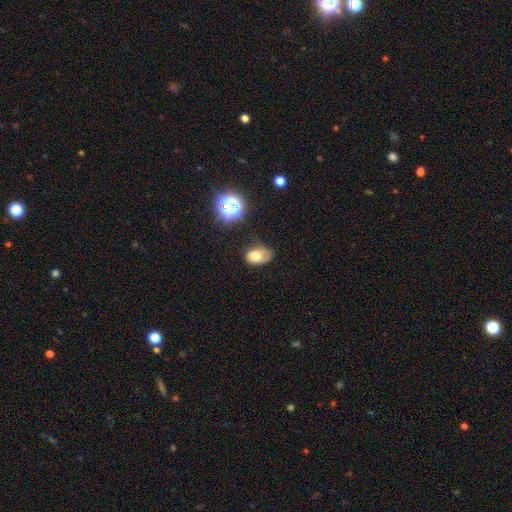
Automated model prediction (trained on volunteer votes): The model was most divided on "merging": none: 39%, minor disturbance: 38%, major disturbance: 20%, merger: 3%. More confident: how rounded — in between (80%); smooth or featured — smooth (67%).